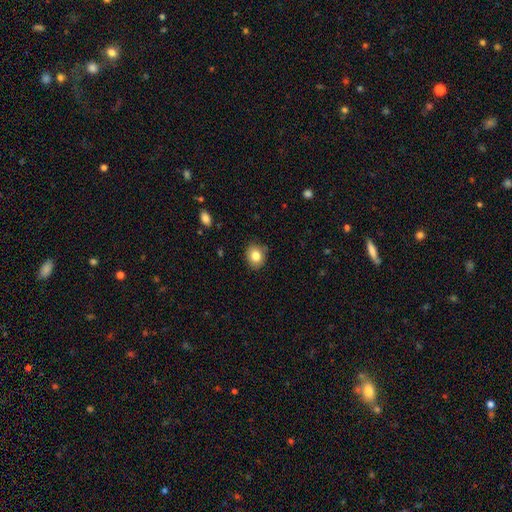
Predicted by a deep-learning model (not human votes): Smooth or featured: smooth — 82% (star or artifact — 10%)
How rounded: round — 65% (in between — 35%)
Merging: none — 85% (minor disturbance — 12%)